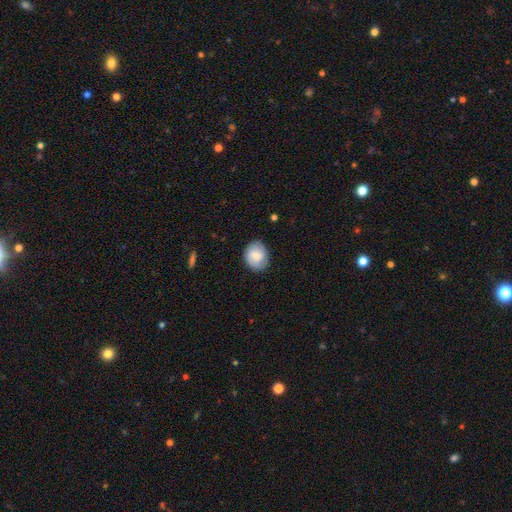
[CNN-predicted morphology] The model was most divided on "how rounded": round: 58%, in between: 42%, cigar-shaped: 1%. More confident: merging — none (81%); smooth or featured — smooth (76%).